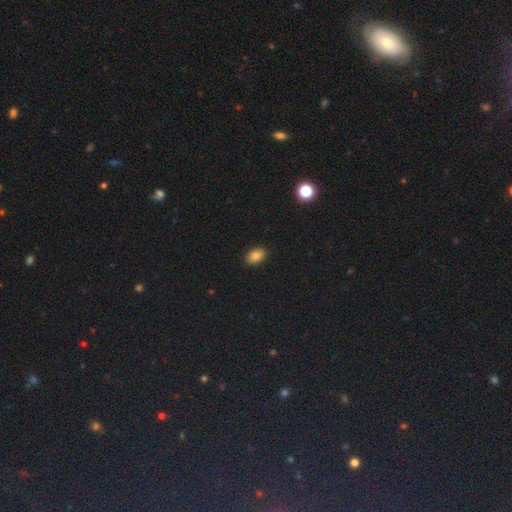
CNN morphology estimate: The model was most divided on "smooth or featured": smooth: 83%, star or artifact: 10%, featured or disk: 6%. More confident: merging — none (90%); how rounded — in between (88%).